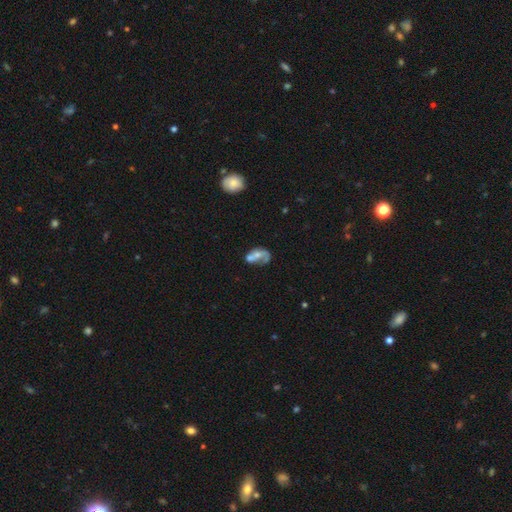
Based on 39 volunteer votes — Smooth or featured? featured or disk (67%)
Edge-on disk? no (96%)
Bar? no (48%)
Spiral arms? yes (80%)
Spiral winding? loose (65%)
Spiral arm count? 2 (50%)
Bulge size? small (44%)
Merging? major disturbance (38%)